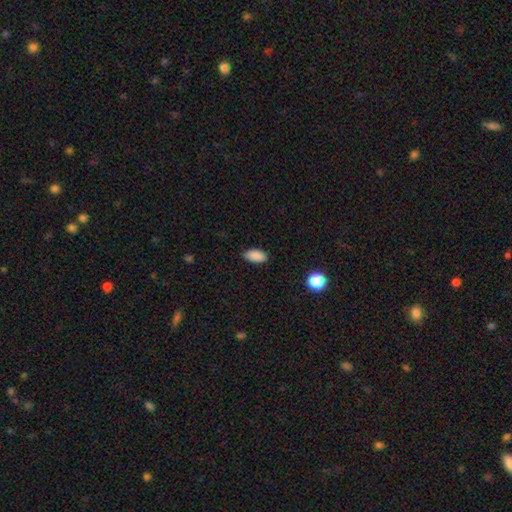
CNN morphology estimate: smooth_or_featured: smooth (p=0.88) [alt: star or artifact p=0.09]
how_rounded: in between (p=0.91) [alt: cigar-shaped p=0.05]
merging: none (p=0.82) [alt: minor disturbance p=0.14]